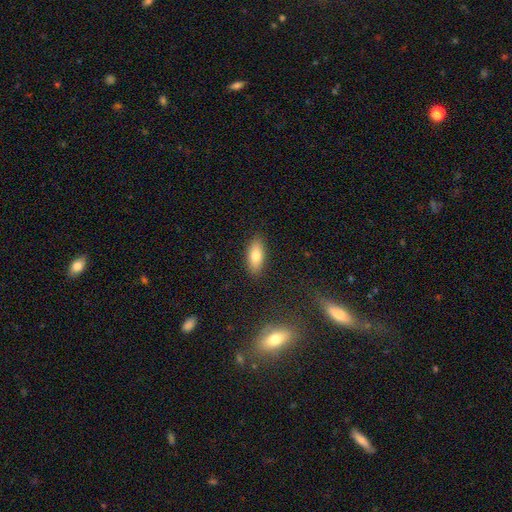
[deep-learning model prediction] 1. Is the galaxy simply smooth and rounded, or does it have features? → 78% smooth, 14% featured or disk, 7% star or artifact.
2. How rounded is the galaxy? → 81% in between, 16% cigar-shaped, 3% round.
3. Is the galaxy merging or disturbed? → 88% none, 9% minor disturbance, 2% major disturbance, 1% merger.